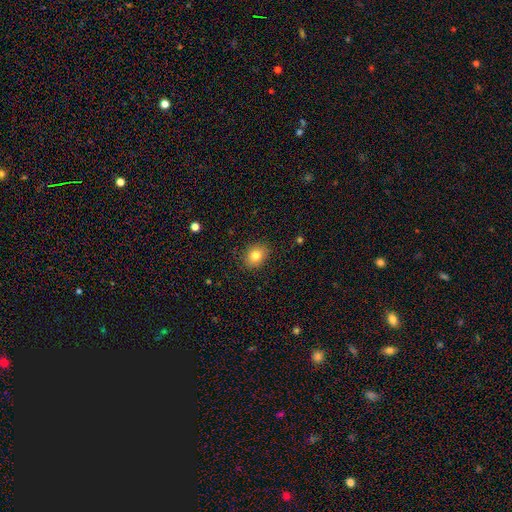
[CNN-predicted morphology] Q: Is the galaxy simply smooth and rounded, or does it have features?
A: smooth — 81%.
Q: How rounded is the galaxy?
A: round — 52%.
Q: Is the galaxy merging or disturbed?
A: none — 87%.